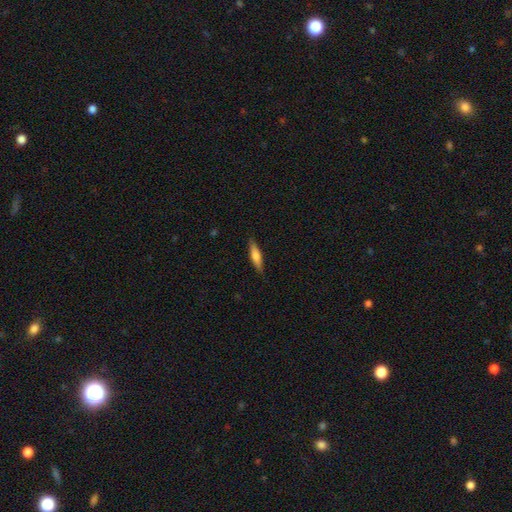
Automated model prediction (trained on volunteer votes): smooth-or-featured: smooth: 67% | featured or disk: 27% | star or artifact: 6%
  how-rounded: cigar-shaped: 77% | in between: 21% | round: 2%
  merging: none: 87% | minor disturbance: 10% | major disturbance: 2% | merger: 1%